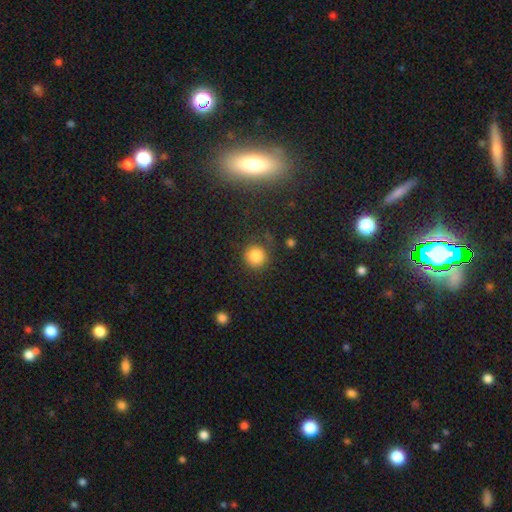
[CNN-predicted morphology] Q: Smooth or featured?
A: smooth (81%); runner-up: star or artifact (13%)
Q: How rounded?
A: round (92%); runner-up: in between (7%)
Q: Merging?
A: none (81%); runner-up: minor disturbance (11%)